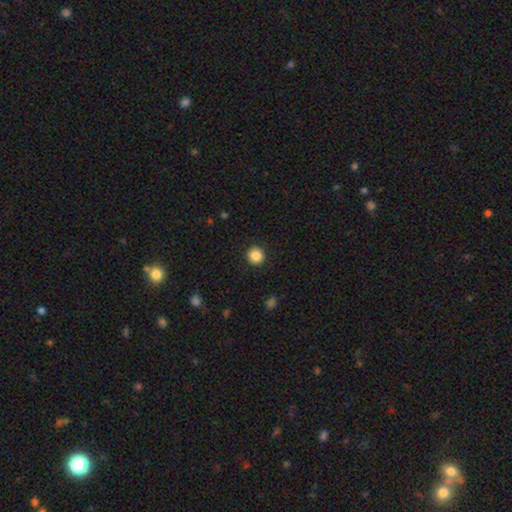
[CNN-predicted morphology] smooth-or-featured: smooth: 86% | star or artifact: 10% | featured or disk: 4%
  how-rounded: round: 95% | in between: 4% | cigar-shaped: 1%
  merging: none: 93% | minor disturbance: 5% | major disturbance: 2% | merger: 1%